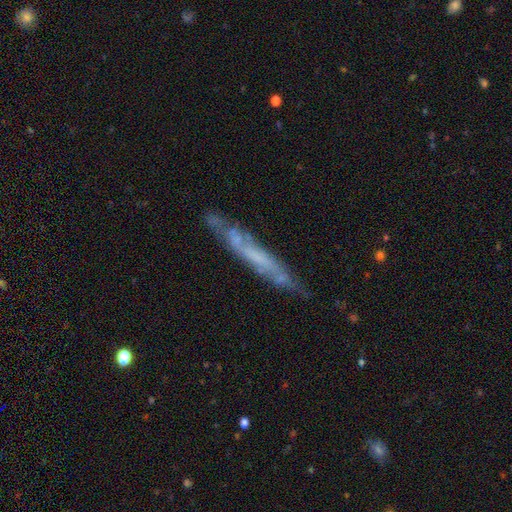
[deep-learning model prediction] Q: Smooth or featured?
A: featured or disk (61%); runner-up: smooth (30%)
Q: Edge-on disk?
A: yes (71%); runner-up: no (29%)
Q: Merging?
A: none (70%); runner-up: minor disturbance (20%)